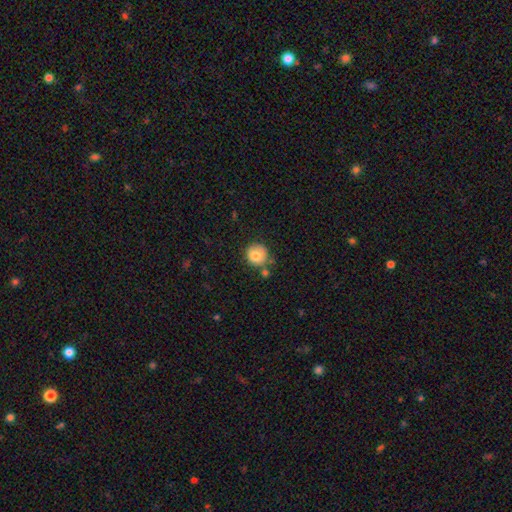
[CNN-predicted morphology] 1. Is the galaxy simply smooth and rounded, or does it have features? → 81% smooth, 10% featured or disk, 9% star or artifact.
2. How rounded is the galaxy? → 91% round, 8% in between, 1% cigar-shaped.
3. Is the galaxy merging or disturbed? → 68% none, 16% minor disturbance, 12% merger, 4% major disturbance.